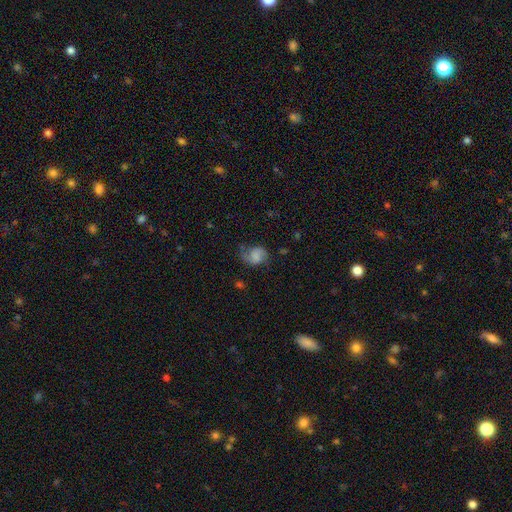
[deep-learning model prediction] Overall: smooth (51%; featured or disk 39%). How rounded: in between (54%; round 44%). Merging: none (58%; minor disturbance 26%).